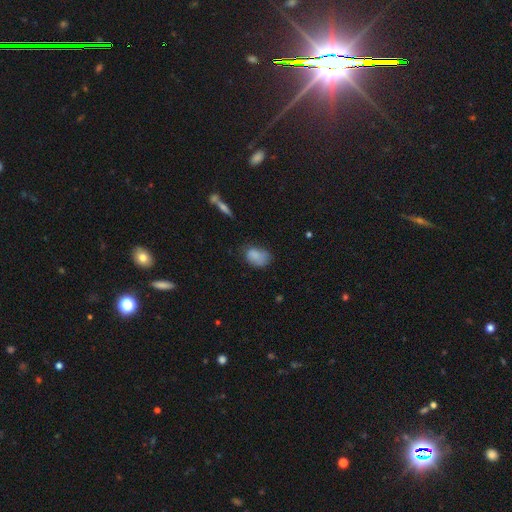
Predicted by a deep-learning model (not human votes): A smooth galaxy with no disk features (80%) that is in between round and cigar-shaped (84%).

Vote fractions:
- Smooth or featured? smooth: 80% / featured or disk: 10% / star or artifact: 9%
- How rounded? in between: 84% / round: 15% / cigar-shaped: 2%
- Merging? none: 48% / minor disturbance: 34% / major disturbance: 14% / merger: 4%